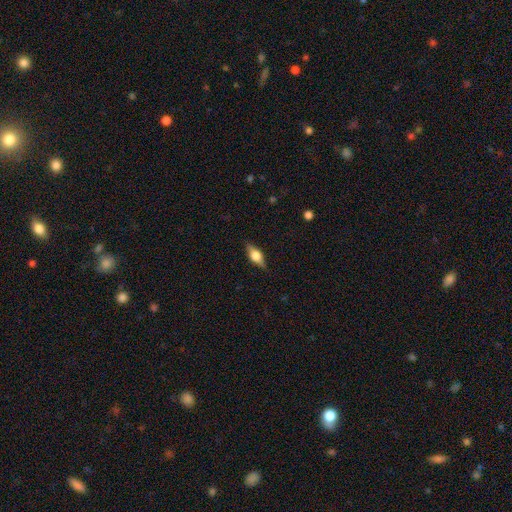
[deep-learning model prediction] smooth-or-featured: featured or disk: 48% | smooth: 45% | star or artifact: 7%
  merging: none: 84% | minor disturbance: 12% | major disturbance: 3% | merger: 1%